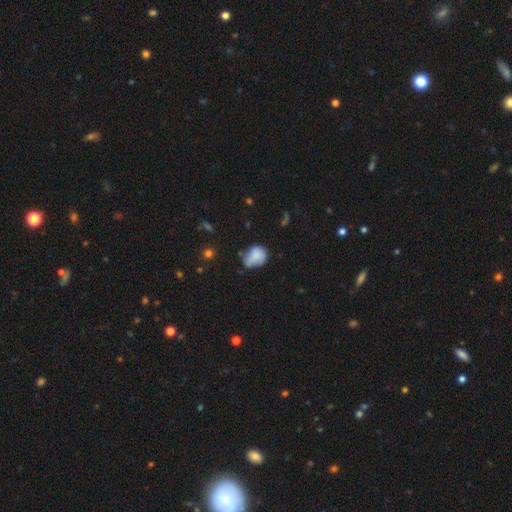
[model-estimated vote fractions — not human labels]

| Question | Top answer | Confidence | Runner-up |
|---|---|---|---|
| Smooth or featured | smooth | 74% | featured or disk (17%) |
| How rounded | round | 50% | in between (48%) |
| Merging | minor disturbance | 41% | none (34%) |